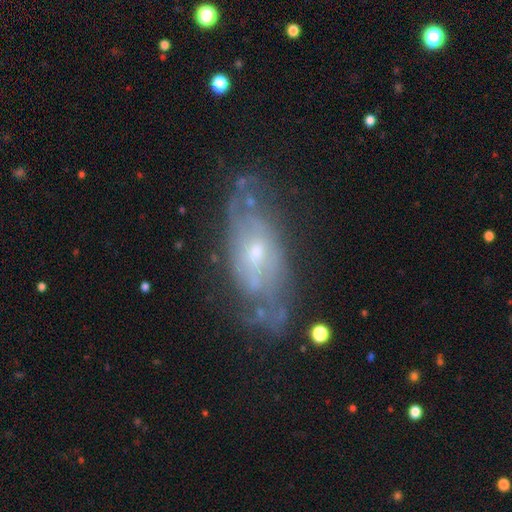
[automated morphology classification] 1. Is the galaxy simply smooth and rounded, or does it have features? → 73% featured or disk, 19% smooth, 8% star or artifact.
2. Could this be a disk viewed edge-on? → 86% no, 14% yes.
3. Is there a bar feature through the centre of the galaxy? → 60% no, 34% weak, 6% strong.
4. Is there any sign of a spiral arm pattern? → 73% yes, 27% no.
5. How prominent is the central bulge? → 56% small, 39% moderate, 2% none, 2% large, 1% dominant.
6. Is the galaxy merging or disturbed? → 65% none, 22% minor disturbance, 10% major disturbance, 3% merger.